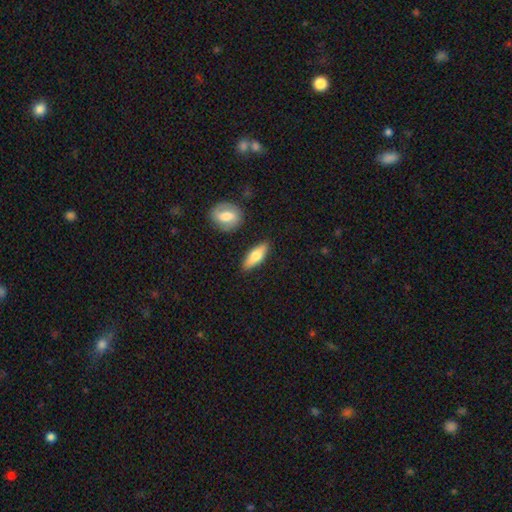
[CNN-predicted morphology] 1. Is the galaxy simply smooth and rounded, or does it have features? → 64% smooth, 31% featured or disk, 5% star or artifact.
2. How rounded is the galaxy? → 56% in between, 41% cigar-shaped, 3% round.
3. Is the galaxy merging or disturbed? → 85% none, 10% minor disturbance, 3% merger, 2% major disturbance.